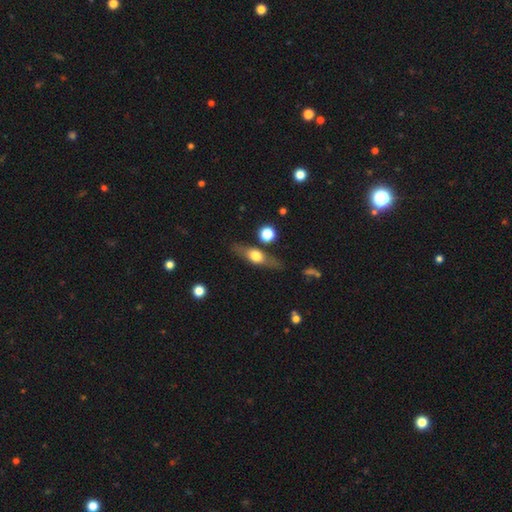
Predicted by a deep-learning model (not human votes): Overall: featured or disk (49%; smooth 43%). Merging: none (74%).